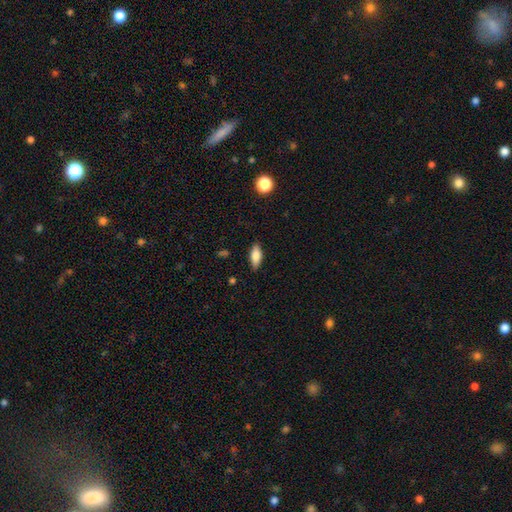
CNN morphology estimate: smooth-or-featured: smooth: 79% | featured or disk: 14% | star or artifact: 7%
  how-rounded: in between: 77% | cigar-shaped: 20% | round: 3%
  merging: none: 85% | minor disturbance: 12% | major disturbance: 2% | merger: 1%